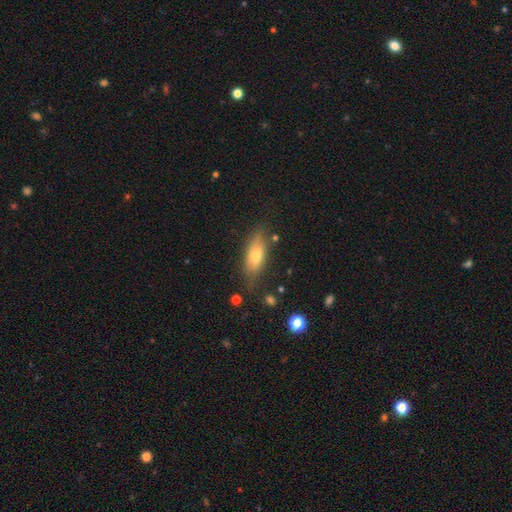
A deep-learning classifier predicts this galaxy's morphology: This appears to be a smooth galaxy with no disk features (57%) that is in between round and cigar-shaped (64%). Merging: none (77%).